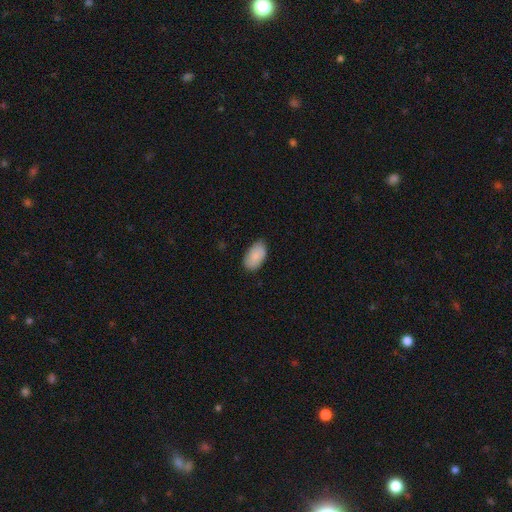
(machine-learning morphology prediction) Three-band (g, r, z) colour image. It shows a smooth galaxy with no disk features (85%) that is in between round and cigar-shaped (94%). Merging: none (77%).